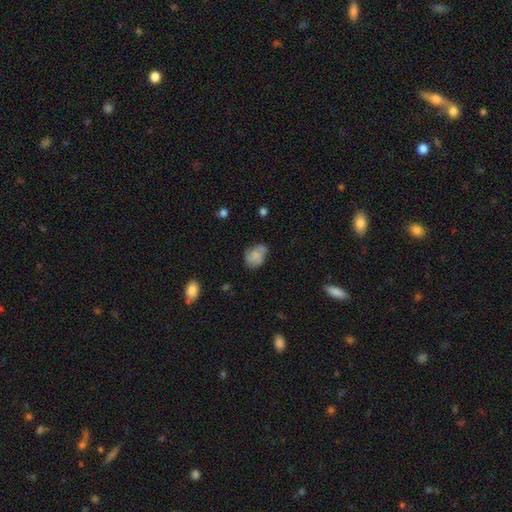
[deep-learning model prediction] This appears to be a smooth galaxy with no disk features (57%) that is in between round and cigar-shaped (66%). Merging: none (51%).